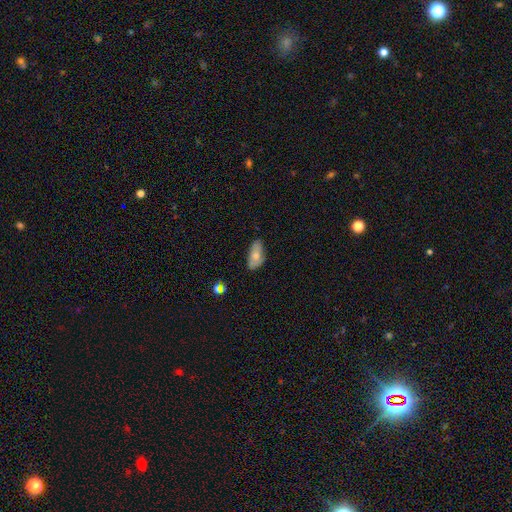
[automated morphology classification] type=smooth (71%); roundness=in between (88%); merging=none (65%).